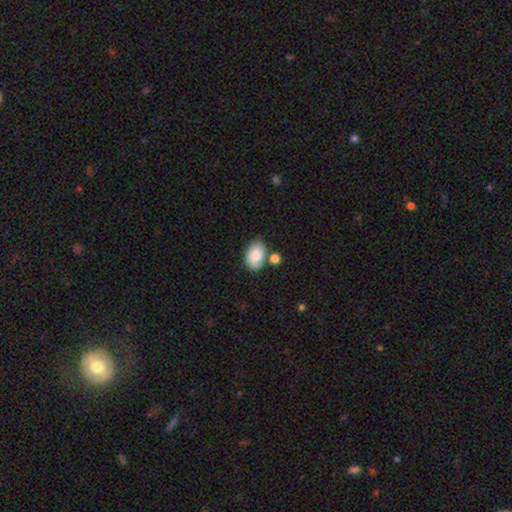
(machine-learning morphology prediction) Smooth or featured? smooth (79%)
How rounded? in between (88%)
Merging? none (58%)